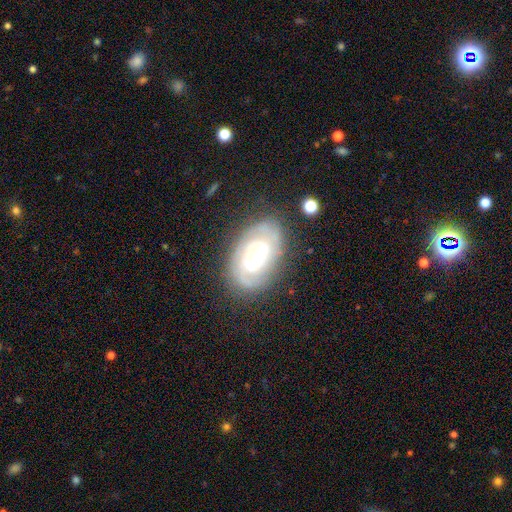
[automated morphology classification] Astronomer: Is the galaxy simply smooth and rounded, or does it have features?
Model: featured or disk — 78%.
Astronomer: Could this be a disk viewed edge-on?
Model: no — 96%.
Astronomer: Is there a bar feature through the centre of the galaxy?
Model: no — 52% (runner-up: weak, 36%).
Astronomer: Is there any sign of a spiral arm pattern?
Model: yes — 89%.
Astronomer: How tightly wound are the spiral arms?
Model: tight — 63%.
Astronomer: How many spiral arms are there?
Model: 2 — 43% (runner-up: can't tell, 32%).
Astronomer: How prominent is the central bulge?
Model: moderate — 59%.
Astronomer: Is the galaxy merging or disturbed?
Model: none — 75%.